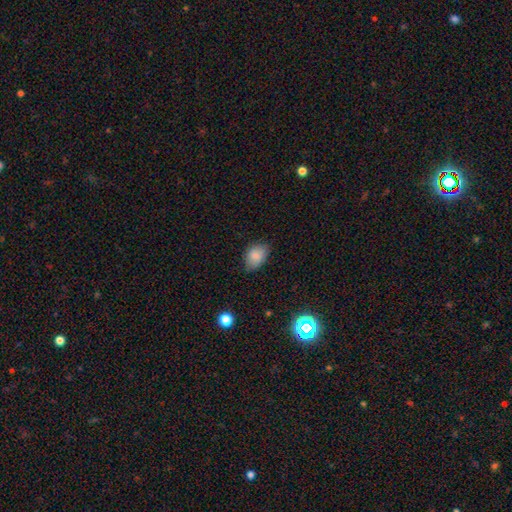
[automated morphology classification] Q: Smooth or featured?
A: smooth (83%); runner-up: star or artifact (9%)
Q: How rounded?
A: in between (82%); runner-up: round (17%)
Q: Merging?
A: none (72%); runner-up: minor disturbance (23%)